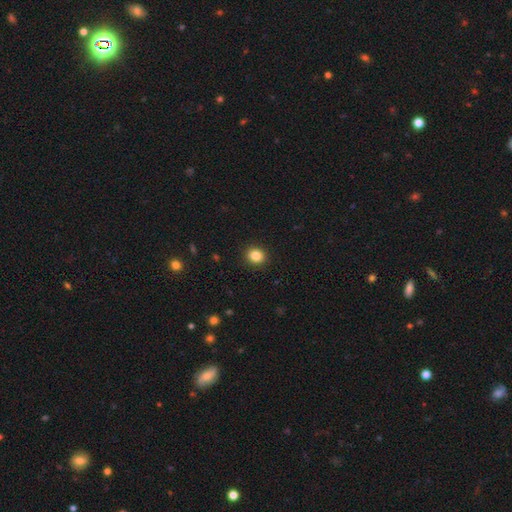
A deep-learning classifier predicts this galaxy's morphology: smooth-or-featured: smooth: 85% | star or artifact: 11% | featured or disk: 5%
  how-rounded: round: 76% | in between: 23% | cigar-shaped: 1%
  merging: none: 92% | minor disturbance: 5% | major disturbance: 2% | merger: 1%